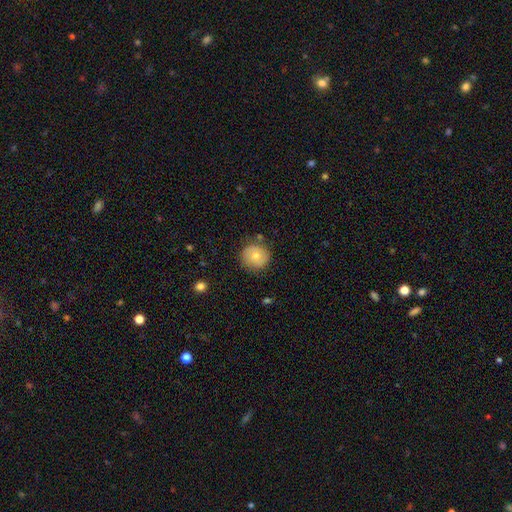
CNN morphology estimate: smooth 59%, featured or disk 31%, star or artifact 10%. Down the decision tree: how rounded — round (93%); merging — none (82%).